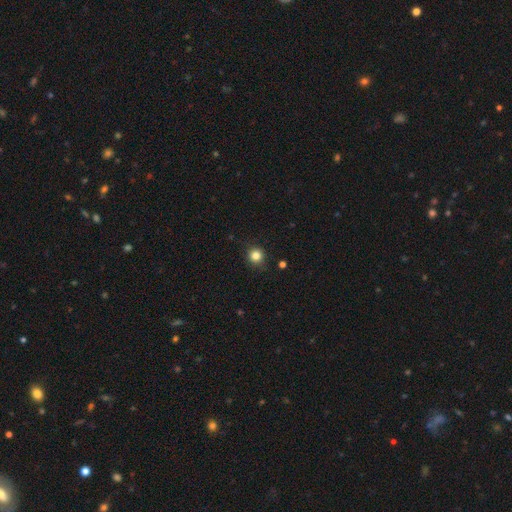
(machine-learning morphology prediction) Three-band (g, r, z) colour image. It shows a smooth galaxy with no disk features (83%) that is round (93%). Merging: none (88%).